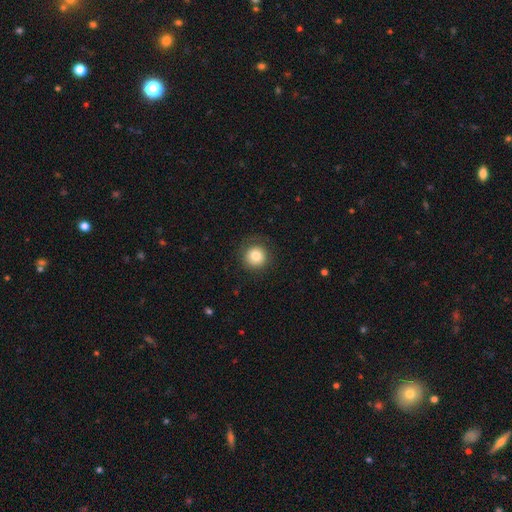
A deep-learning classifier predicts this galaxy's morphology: A smooth galaxy with no disk features (81%) that is round (94%). Merging: none (81%).